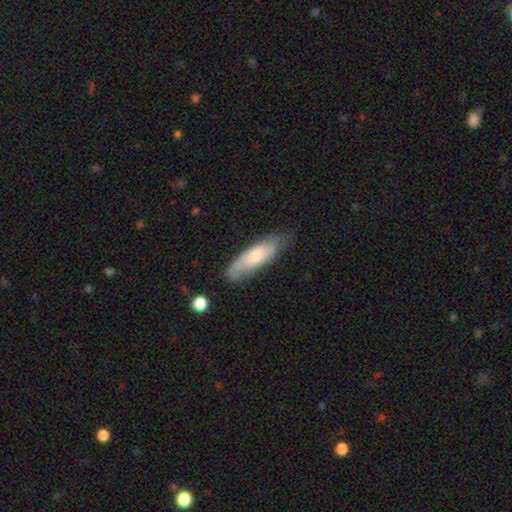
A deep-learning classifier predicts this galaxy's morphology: smooth_or_featured: smooth (p=0.61) [alt: featured or disk p=0.33]
how_rounded: cigar-shaped (p=0.51) [alt: in between p=0.47]
merging: none (p=0.65) [alt: minor disturbance p=0.27]